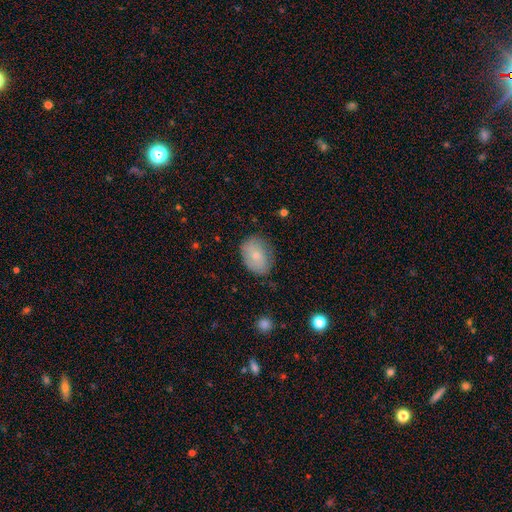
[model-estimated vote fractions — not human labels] Morphology: type=smooth (72%); roundness=in between (75%); merging=none (72%).